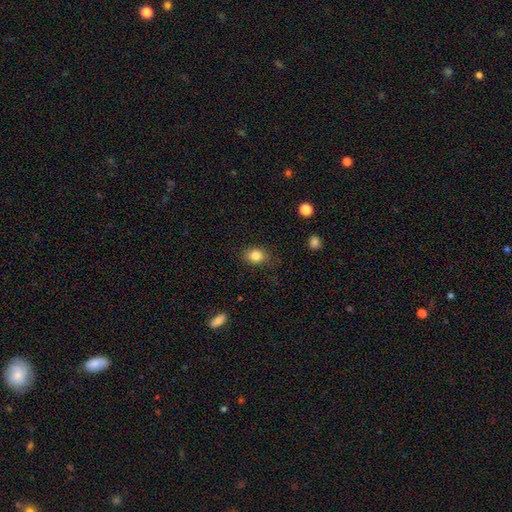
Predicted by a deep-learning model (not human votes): Smooth or featured? Predicted: smooth (p=0.84). How rounded? Predicted: in between (p=0.56). Merging? Predicted: none (p=0.80).